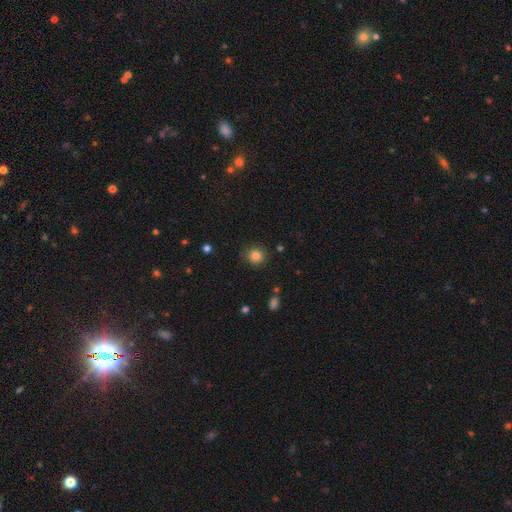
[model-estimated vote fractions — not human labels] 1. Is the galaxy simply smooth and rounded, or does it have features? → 83% smooth, 12% star or artifact, 6% featured or disk.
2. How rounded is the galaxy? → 90% round, 9% in between, 1% cigar-shaped.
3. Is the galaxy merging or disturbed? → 86% none, 10% minor disturbance, 3% major disturbance, 2% merger.